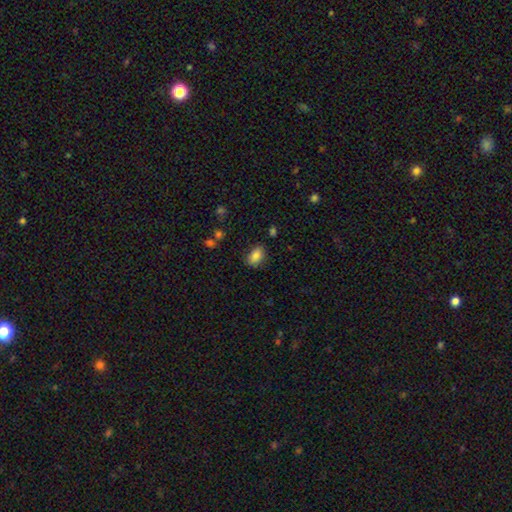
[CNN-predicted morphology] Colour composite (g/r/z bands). It shows a smooth galaxy with no disk features (86%) that is in between round and cigar-shaped (87%). Merging: none (78%).